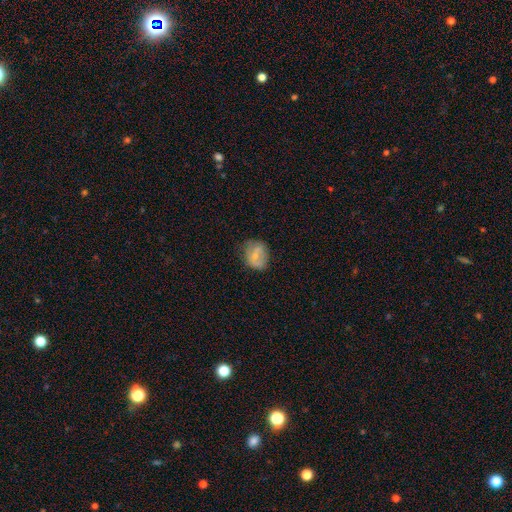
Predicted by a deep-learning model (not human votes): Morphology: type=smooth (63%); roundness=round (54%); merging=none (61%).